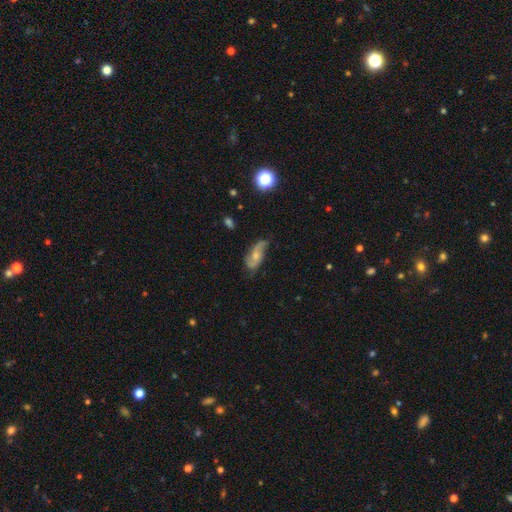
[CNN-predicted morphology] The model was most divided on "bulge size": small: 51%, moderate: 40%, none: 6%, large: 2%, dominant: 1%. More confident: edge-on disk — no (91%); spiral arms — yes (85%); bar — no (69%); smooth or featured — featured or disk (59%); merging — none (52%).